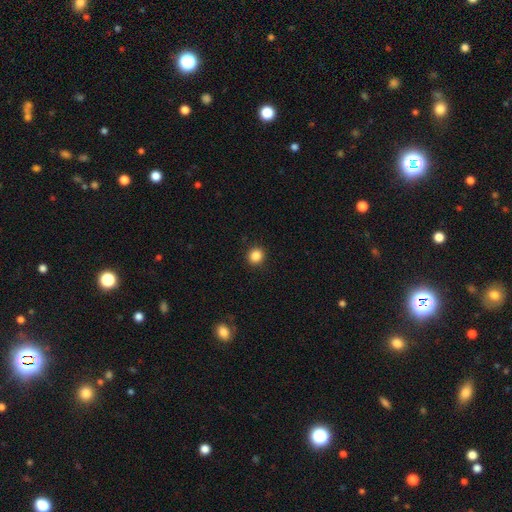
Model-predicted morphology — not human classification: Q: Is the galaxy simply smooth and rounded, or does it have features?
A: smooth — 86%.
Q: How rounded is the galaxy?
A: round — 89%.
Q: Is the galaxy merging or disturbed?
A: none — 92%.